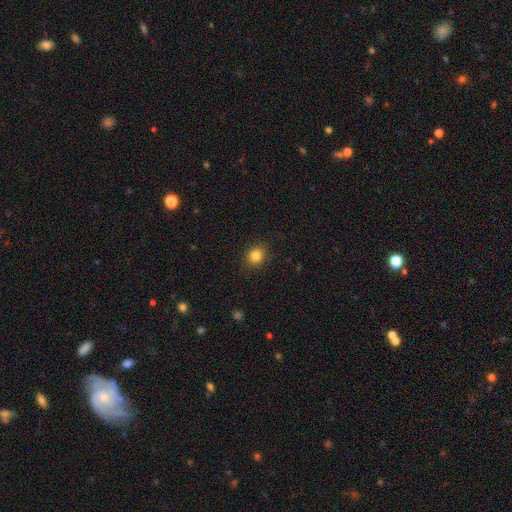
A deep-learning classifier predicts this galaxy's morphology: smooth_or_featured: smooth (p=0.84) [alt: star or artifact p=0.11]
how_rounded: round (p=0.72) [alt: in between p=0.27]
merging: none (p=0.89) [alt: minor disturbance p=0.08]